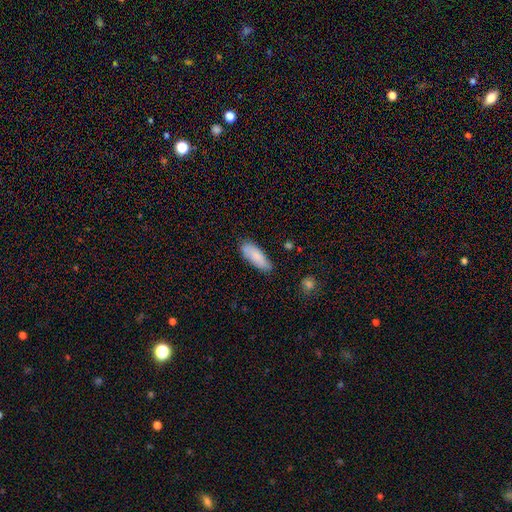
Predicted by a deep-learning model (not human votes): A smooth galaxy with no disk features (83%) that is in between round and cigar-shaped (72%).

Vote fractions:
- Smooth or featured? smooth: 83% / featured or disk: 11% / star or artifact: 6%
- How rounded? in between: 72% / cigar-shaped: 26% / round: 2%
- Merging? none: 76% / minor disturbance: 19% / major disturbance: 3% / merger: 2%